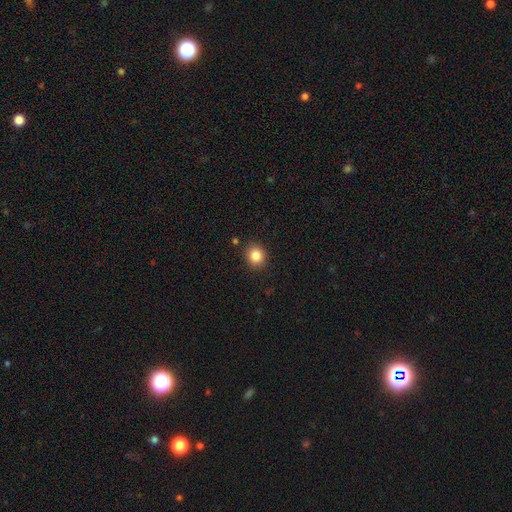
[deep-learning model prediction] Smooth or featured? smooth (84%)
How rounded? round (81%)
Merging? none (90%)